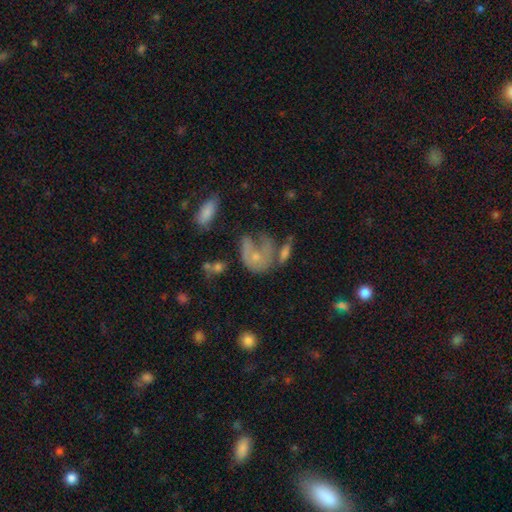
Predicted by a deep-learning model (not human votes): This appears to be a featured or disk galaxy (46%). Merging: major disturbance (35%).